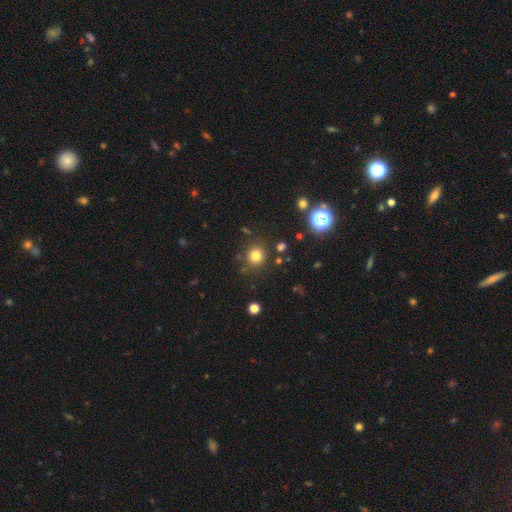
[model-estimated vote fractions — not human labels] smooth_or_featured: smooth (p=0.78) [alt: star or artifact p=0.15]
how_rounded: round (p=0.89) [alt: in between p=0.10]
merging: none (p=0.83) [alt: minor disturbance p=0.09]